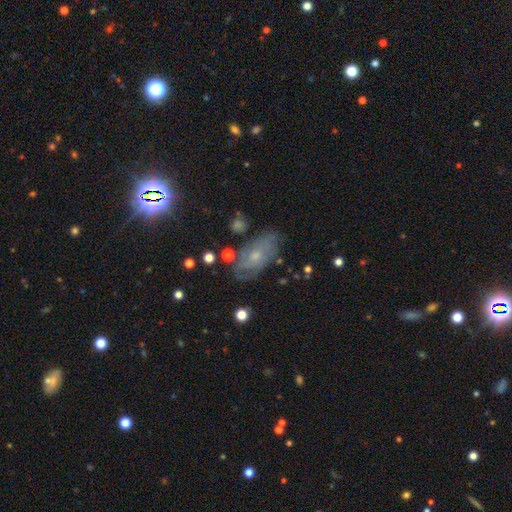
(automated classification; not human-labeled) smooth-or-featured: featured or disk: 56% | smooth: 29% | star or artifact: 15%
  disk-edge-on: no: 90% | yes: 10%
    bar: no: 80% | weak: 17% | strong: 3%
    has-spiral-arms: yes: 71% | no: 29%
    bulge-size: small: 56% | moderate: 37% | none: 4% | large: 2% | dominant: 1%
  merging: none: 69% | minor disturbance: 20% | major disturbance: 8% | merger: 3%